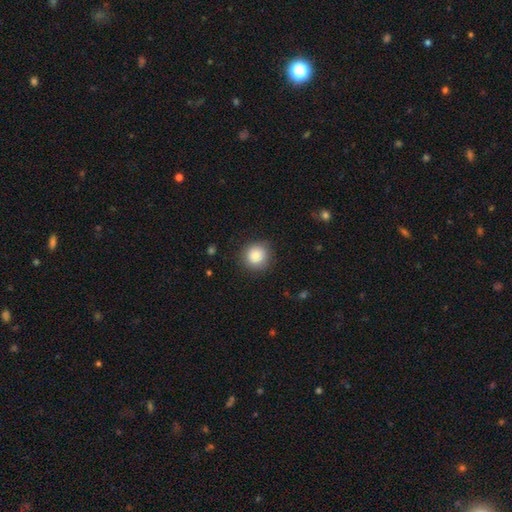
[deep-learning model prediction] Smooth or featured?
  - smooth: 84% *
  - star or artifact: 9%
  - featured or disk: 7%
How rounded?
  - round: 92% *
  - in between: 7%
  - cigar-shaped: 1%
Merging?
  - none: 86% *
  - minor disturbance: 10%
  - major disturbance: 3%
  - merger: 1%